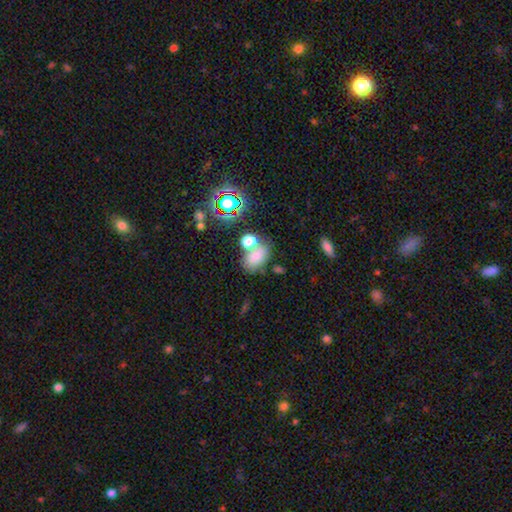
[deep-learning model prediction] Smooth or featured: smooth — 73% (star or artifact — 16%)
How rounded: in between — 78% (round — 20%)
Merging: none — 50% (merger — 29%)